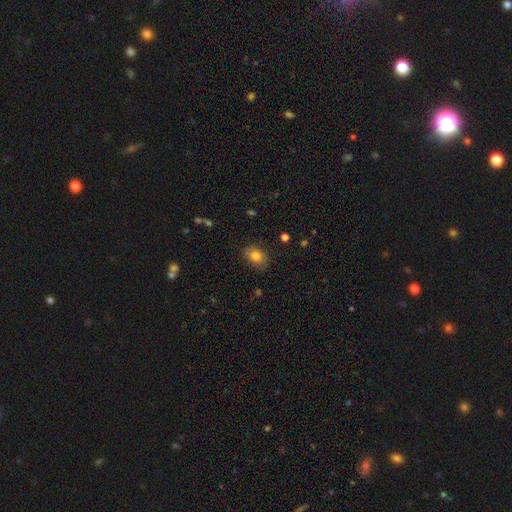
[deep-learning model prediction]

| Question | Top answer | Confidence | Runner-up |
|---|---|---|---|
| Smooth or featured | smooth | 83% | star or artifact (9%) |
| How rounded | in between | 79% | round (20%) |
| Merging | none | 84% | minor disturbance (12%) |